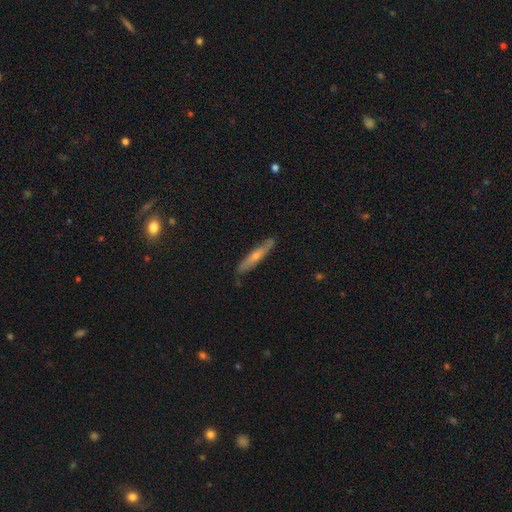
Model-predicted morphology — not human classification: Overall: featured or disk (53%; smooth 40%). Edge-on disk: yes (84%). Merging: none (83%).